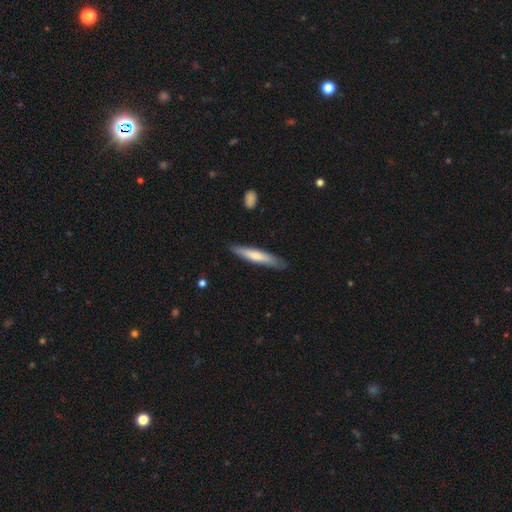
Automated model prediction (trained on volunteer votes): Overall: smooth (65%; featured or disk 30%). How rounded: cigar-shaped (90%). Merging: none (83%).